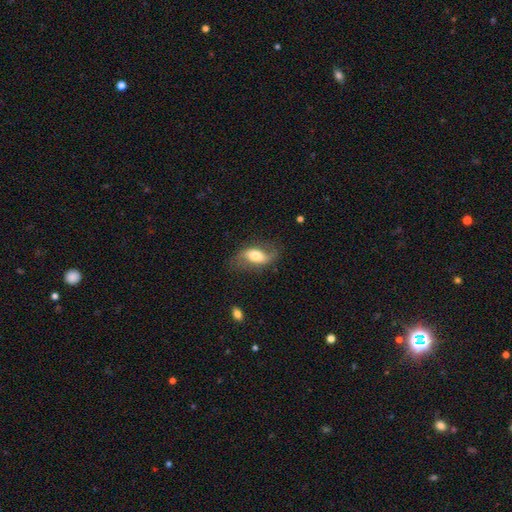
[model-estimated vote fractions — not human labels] A featured or disk galaxy (53%).

Vote fractions:
- Smooth or featured? featured or disk: 53% / smooth: 40% / star or artifact: 7%
- Edge-on disk? no: 88% / yes: 12%
- Merging? none: 64% / minor disturbance: 22% / major disturbance: 12% / merger: 2%